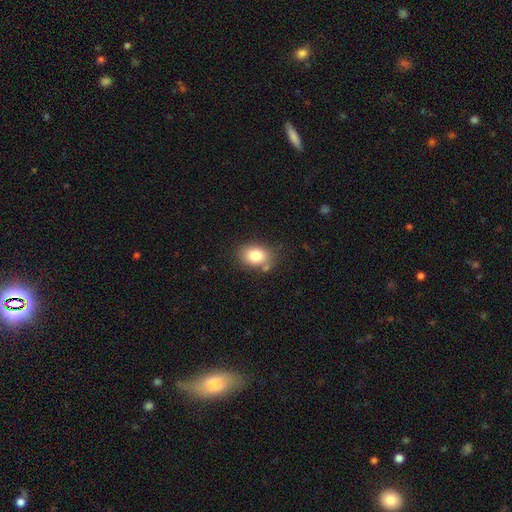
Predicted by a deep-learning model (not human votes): Morphology: type=smooth (80%); roundness=in between (68%); merging=none (73%).